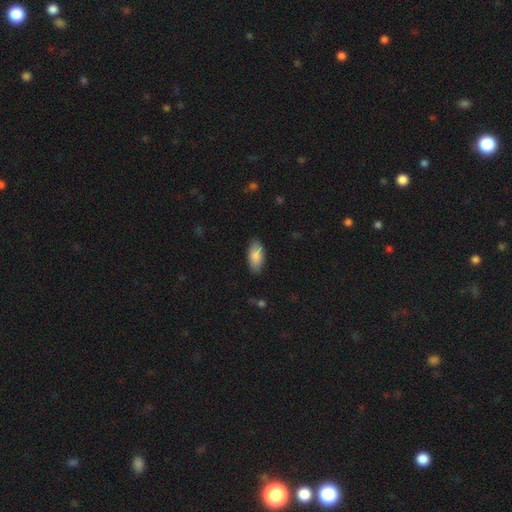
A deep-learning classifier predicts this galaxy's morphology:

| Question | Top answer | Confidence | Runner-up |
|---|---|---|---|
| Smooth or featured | smooth | 87% | featured or disk (7%) |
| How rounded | in between | 91% | cigar-shaped (7%) |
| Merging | none | 86% | minor disturbance (11%) |